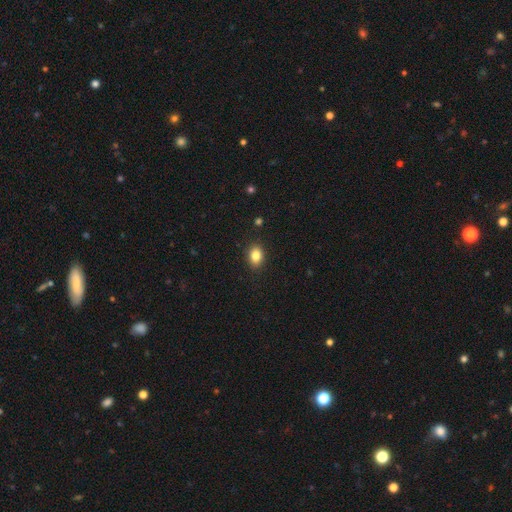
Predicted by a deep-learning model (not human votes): Q: Smooth or featured?
A: smooth (84%); runner-up: star or artifact (10%)
Q: How rounded?
A: in between (68%); runner-up: round (31%)
Q: Merging?
A: none (89%); runner-up: minor disturbance (8%)